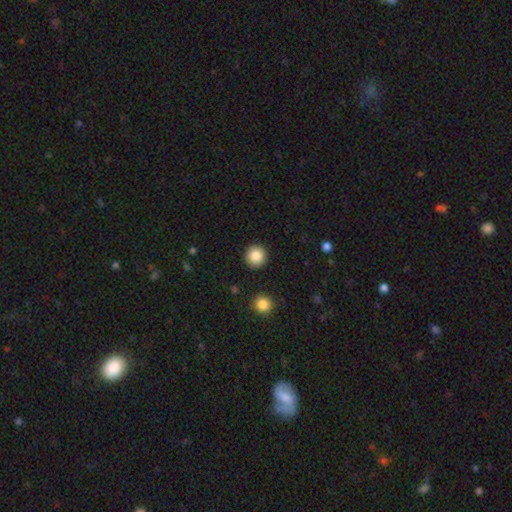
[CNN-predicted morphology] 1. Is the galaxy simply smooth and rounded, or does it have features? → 87% smooth, 9% star or artifact, 5% featured or disk.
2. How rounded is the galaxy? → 95% round, 4% in between, 1% cigar-shaped.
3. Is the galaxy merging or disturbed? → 92% none, 5% minor disturbance, 2% major disturbance, 1% merger.